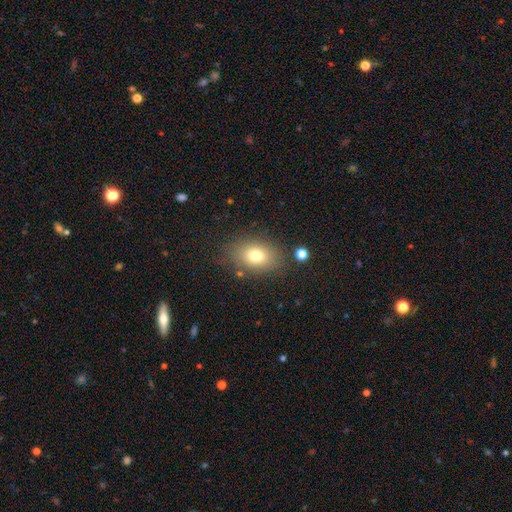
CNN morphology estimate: smooth 76%, featured or disk 13%, star or artifact 12%. Down the decision tree: how rounded — in between (74%); merging — none (80%).